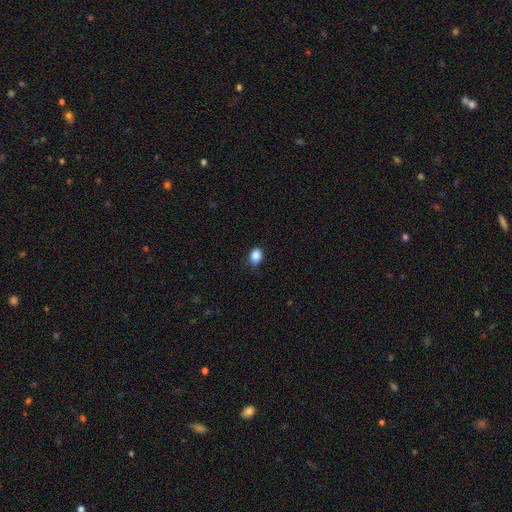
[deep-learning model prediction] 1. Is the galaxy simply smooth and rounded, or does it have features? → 87% smooth, 10% star or artifact, 4% featured or disk.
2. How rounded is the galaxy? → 66% in between, 33% round, 1% cigar-shaped.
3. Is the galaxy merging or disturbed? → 79% none, 17% minor disturbance, 3% major disturbance, 1% merger.